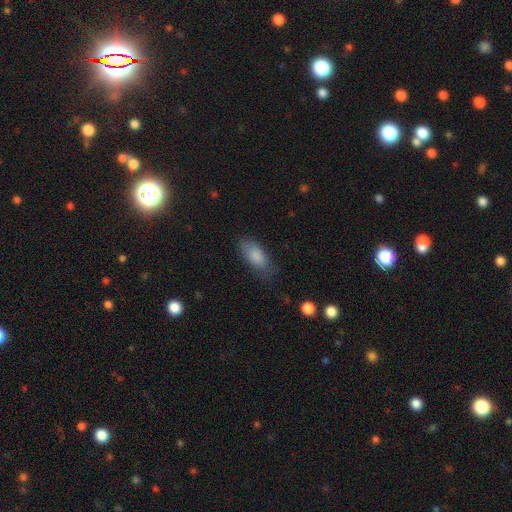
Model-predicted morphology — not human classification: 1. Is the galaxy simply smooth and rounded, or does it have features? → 85% smooth, 8% featured or disk, 7% star or artifact.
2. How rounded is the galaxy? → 87% in between, 10% cigar-shaped, 3% round.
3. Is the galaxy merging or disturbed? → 71% none, 21% minor disturbance, 7% major disturbance, 1% merger.